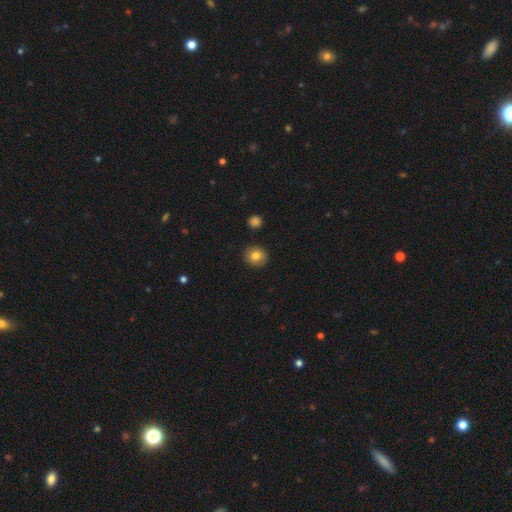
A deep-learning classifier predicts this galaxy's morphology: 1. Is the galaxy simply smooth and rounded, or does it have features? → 81% smooth, 10% featured or disk, 10% star or artifact.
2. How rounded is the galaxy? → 87% round, 12% in between, 1% cigar-shaped.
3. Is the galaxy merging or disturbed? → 90% none, 7% minor disturbance, 2% major disturbance, 2% merger.